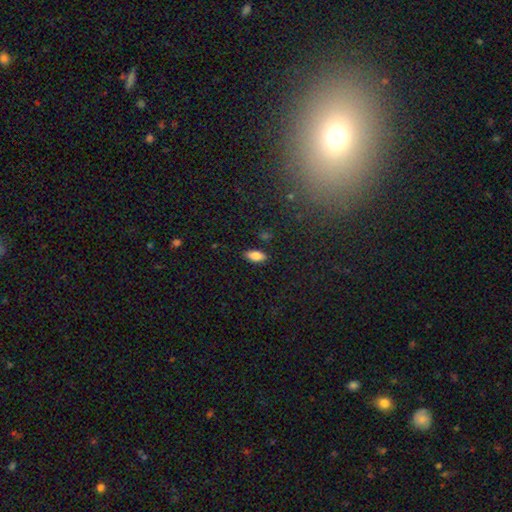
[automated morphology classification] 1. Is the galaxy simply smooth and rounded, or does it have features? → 84% smooth, 8% star or artifact, 8% featured or disk.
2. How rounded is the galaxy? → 87% in between, 10% cigar-shaped, 2% round.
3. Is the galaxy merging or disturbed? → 88% none, 9% minor disturbance, 2% major disturbance, 1% merger.